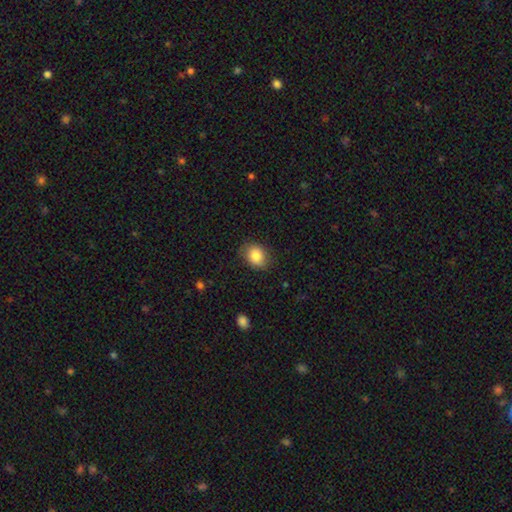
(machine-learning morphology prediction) Smooth or featured? Predicted: smooth (p=0.84). How rounded? Predicted: in between (p=0.51). Merging? Predicted: none (p=0.80).